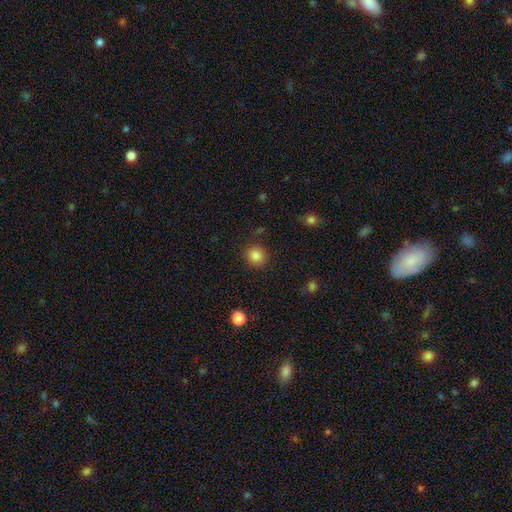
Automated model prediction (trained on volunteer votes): A smooth galaxy with no disk features (84%) that is round (87%). Merging: none (88%).